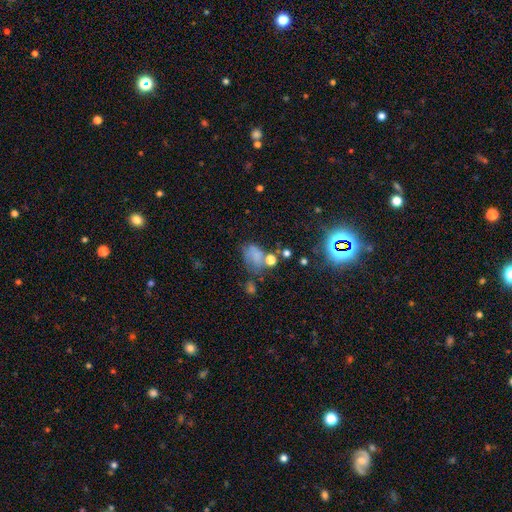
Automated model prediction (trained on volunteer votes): smooth-or-featured: smooth: 58% | featured or disk: 21% | star or artifact: 21%
  how-rounded: in between: 74% | round: 24% | cigar-shaped: 2%
  merging: none: 32% | major disturbance: 27% | minor disturbance: 24% | merger: 17%